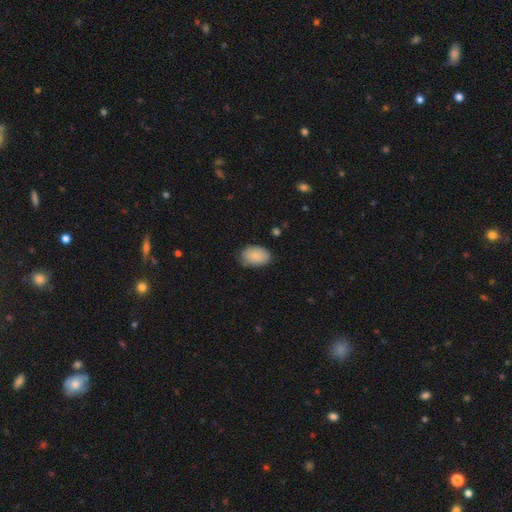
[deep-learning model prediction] The model was most divided on "merging": none: 79%, minor disturbance: 17%, major disturbance: 3%, merger: 1%. More confident: how rounded — in between (87%); smooth or featured — smooth (86%).